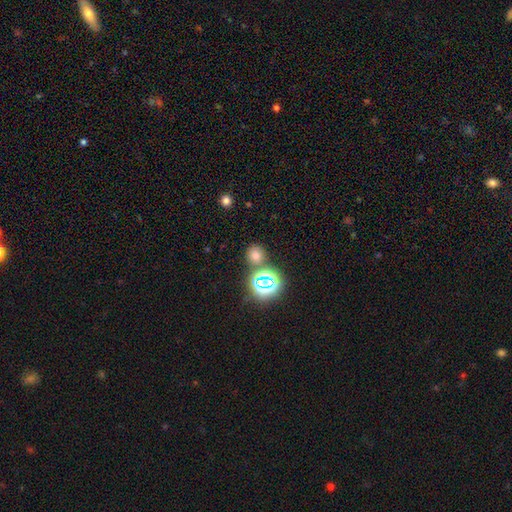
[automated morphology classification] Smooth or featured? Predicted: smooth (p=0.65). How rounded? Predicted: round (p=0.82). Merging? Predicted: none (p=0.76).